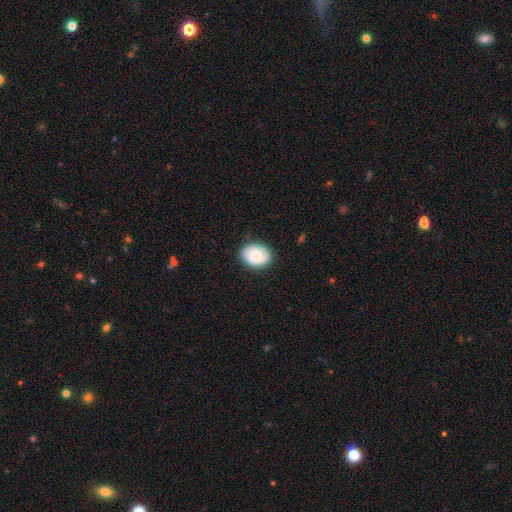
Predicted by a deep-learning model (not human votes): smooth_or_featured: smooth (p=0.47) [alt: featured or disk p=0.45]
merging: none (p=0.81) [alt: minor disturbance p=0.14]